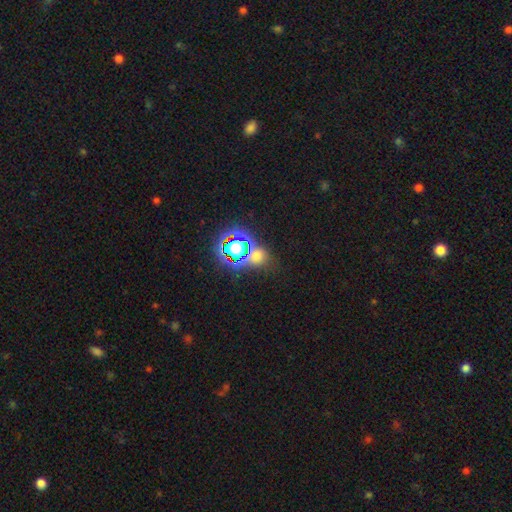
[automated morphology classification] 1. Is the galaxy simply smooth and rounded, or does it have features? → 50% star or artifact, 40% smooth, 10% featured or disk.